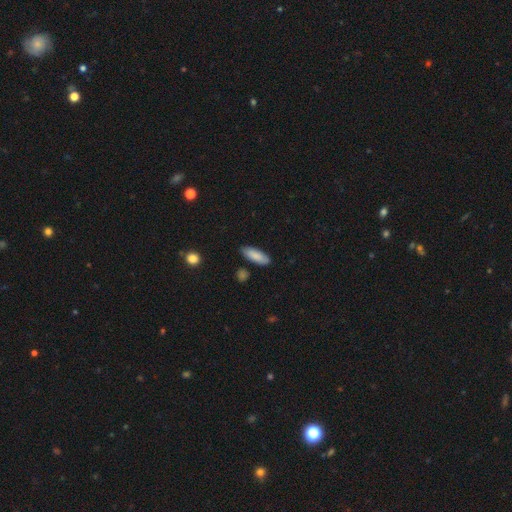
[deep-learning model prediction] Morphology: type=smooth (84%); roundness=in between (63%); merging=none (83%).